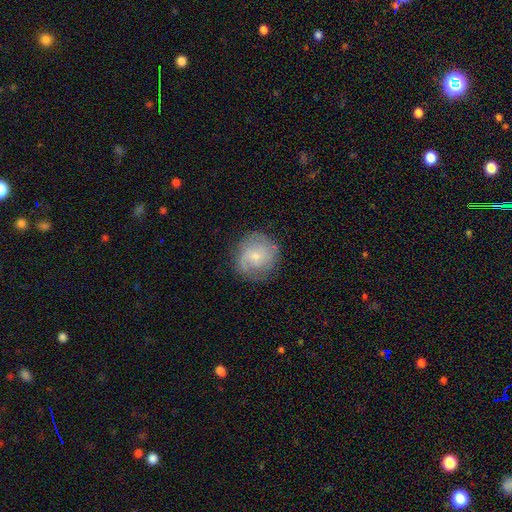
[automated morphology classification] Smooth or featured? featured or disk (61%)
Edge-on disk? no (98%)
Bar? no (69%)
Spiral arms? yes (89%)
Spiral winding? medium (40%)
Spiral arm count? 2 (47%)
Bulge size? small (74%)
Merging? none (79%)